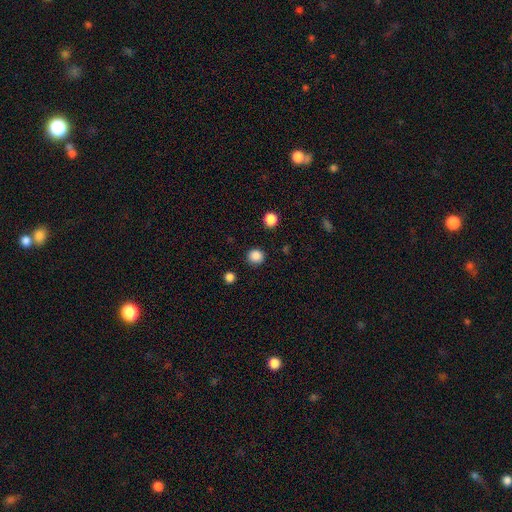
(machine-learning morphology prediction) The model was most divided on "smooth or featured": smooth: 86%, star or artifact: 11%, featured or disk: 3%. More confident: how rounded — round (92%); merging — none (90%).